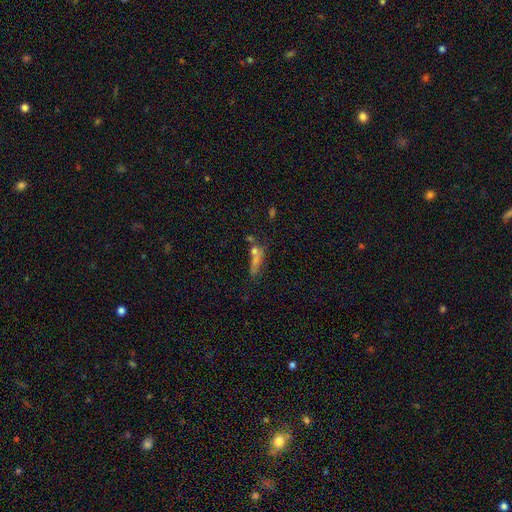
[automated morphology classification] A smooth galaxy with no disk features (51%) that is in between round and cigar-shaped (45%).

Vote fractions:
- Smooth or featured? smooth: 51% / featured or disk: 28% / star or artifact: 21%
- How rounded? in between: 45% / cigar-shaped: 39% / round: 16%
- Merging? none: 36% / merger: 35% / major disturbance: 15% / minor disturbance: 14%